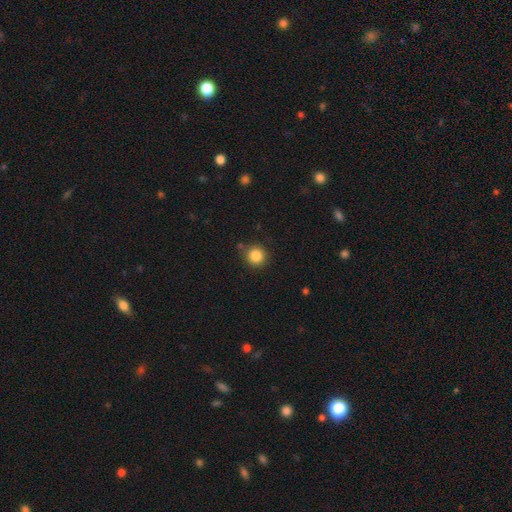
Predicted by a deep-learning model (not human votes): Smooth or featured: smooth — 85% (star or artifact — 11%)
How rounded: round — 93% (in between — 6%)
Merging: none — 84% (minor disturbance — 9%)